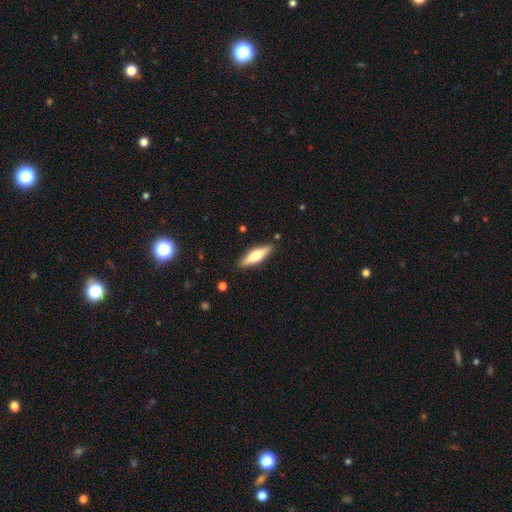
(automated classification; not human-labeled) Overall: featured or disk (48%; smooth 46%). Merging: none (88%).